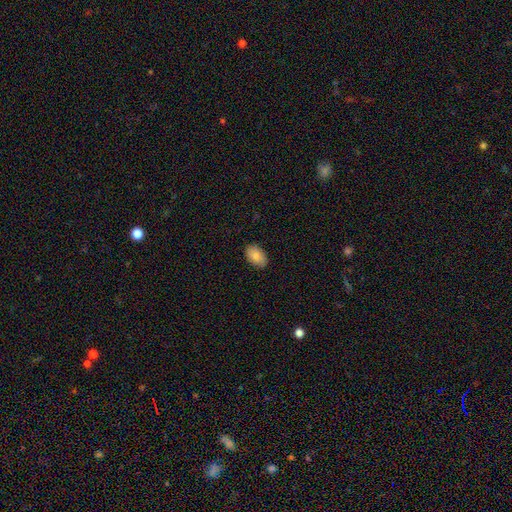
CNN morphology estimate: Smooth or featured? Predicted: smooth (p=0.83). How rounded? Predicted: in between (p=0.90). Merging? Predicted: none (p=0.83).